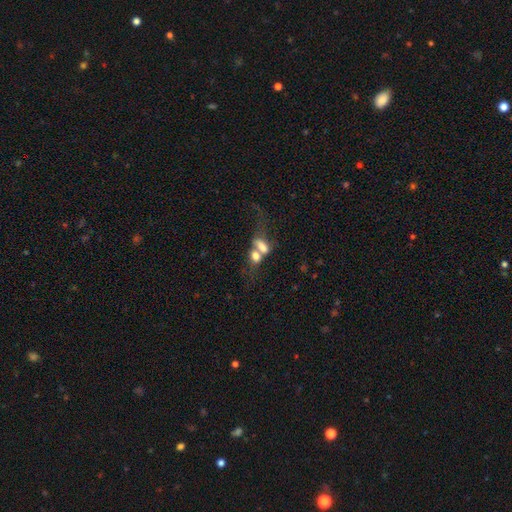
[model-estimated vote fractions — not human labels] Q: Smooth or featured?
A: smooth (65%); runner-up: featured or disk (23%)
Q: How rounded?
A: in between (70%); runner-up: round (20%)
Q: Merging?
A: merger (68%); runner-up: none (15%)